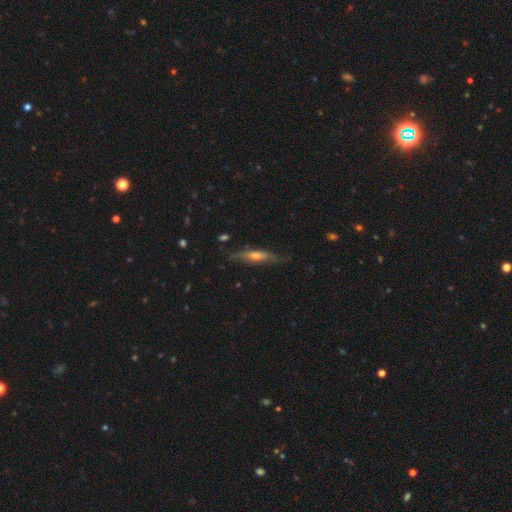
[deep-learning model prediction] Smooth or featured? Predicted: featured or disk (p=0.64). Edge-on disk? Predicted: yes (p=0.85). Edge-on bulge? Predicted: rounded (p=0.78). Merging? Predicted: none (p=0.77).